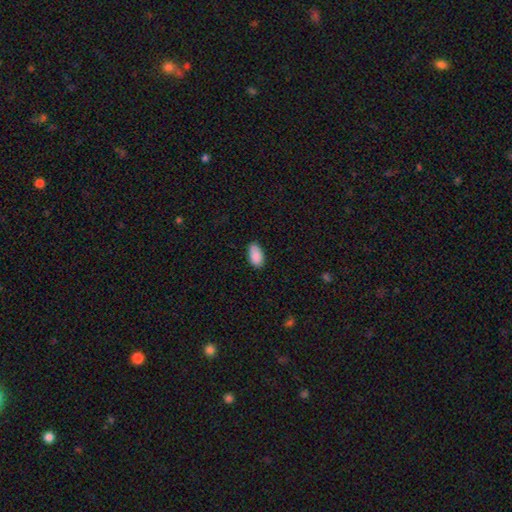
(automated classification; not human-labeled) Morphology: type=smooth (89%); roundness=in between (94%); merging=none (81%).